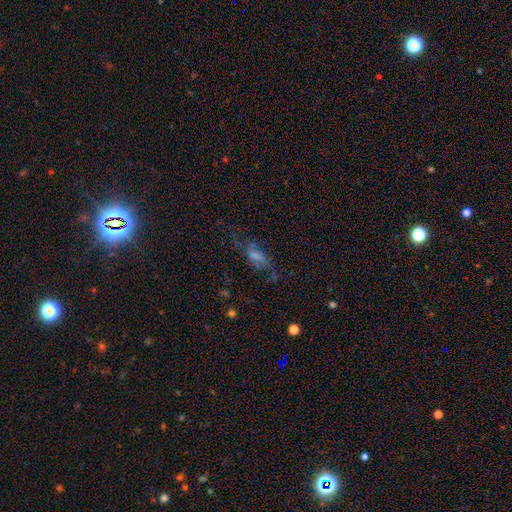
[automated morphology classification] Smooth or featured? smooth (49%)
Merging? none (42%)